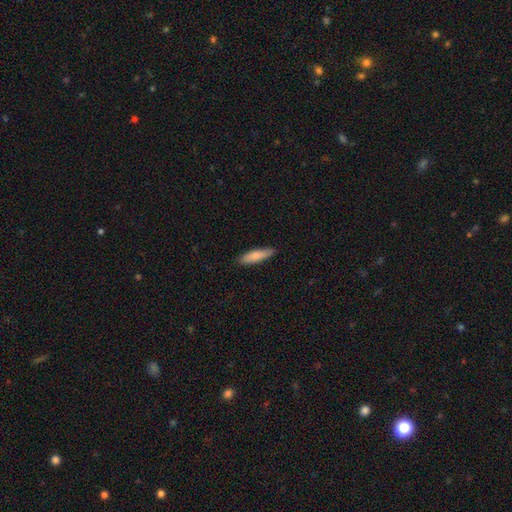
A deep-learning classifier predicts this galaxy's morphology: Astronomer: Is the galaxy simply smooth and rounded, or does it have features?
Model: smooth — 81%.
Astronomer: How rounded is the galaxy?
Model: cigar-shaped — 73%.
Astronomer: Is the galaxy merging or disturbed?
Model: none — 88%.